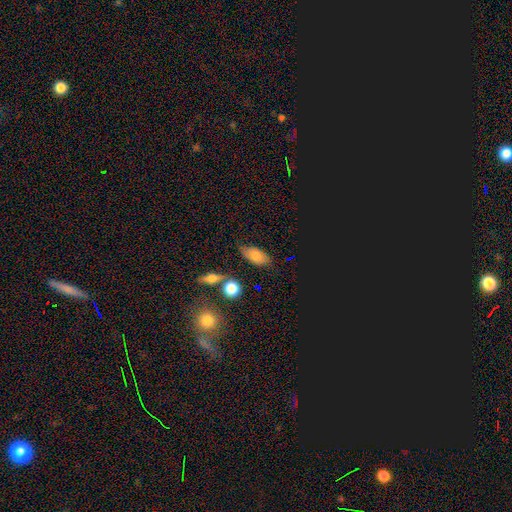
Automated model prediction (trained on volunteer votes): A smooth galaxy with no disk features (70%) that is in between round and cigar-shaped (88%).

Vote fractions:
- Smooth or featured? smooth: 70% / featured or disk: 16% / star or artifact: 14%
- How rounded? in between: 88% / round: 6% / cigar-shaped: 6%
- Merging? none: 70% / minor disturbance: 21% / major disturbance: 5% / merger: 4%